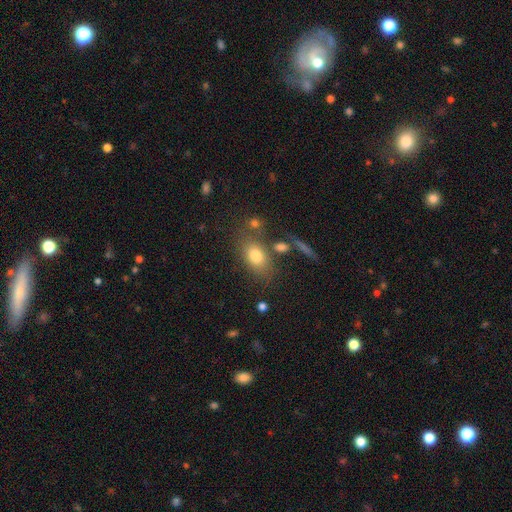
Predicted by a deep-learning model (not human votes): smooth-or-featured: smooth: 78% | featured or disk: 11% | star or artifact: 10%
  how-rounded: in between: 80% | round: 17% | cigar-shaped: 3%
  merging: none: 67% | minor disturbance: 15% | merger: 11% | major disturbance: 7%